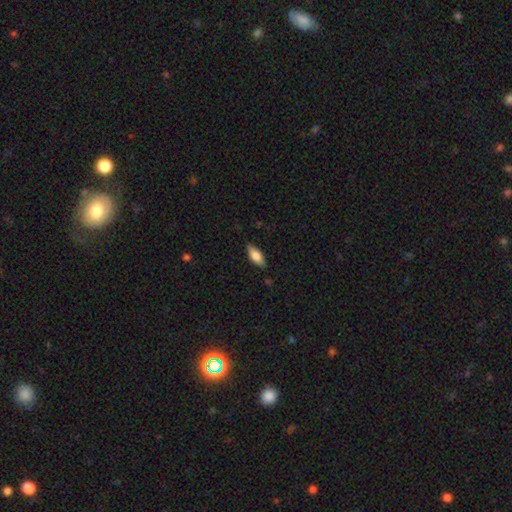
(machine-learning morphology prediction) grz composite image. It shows a smooth galaxy with no disk features (78%) that is in between round and cigar-shaped (79%). Merging: none (81%).